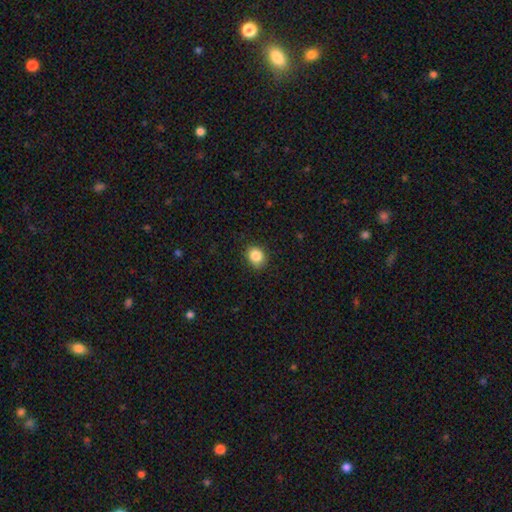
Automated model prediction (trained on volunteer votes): This is clearly a smooth galaxy (85%). How rounded: likely round (66%). Merging: clearly none (88%).